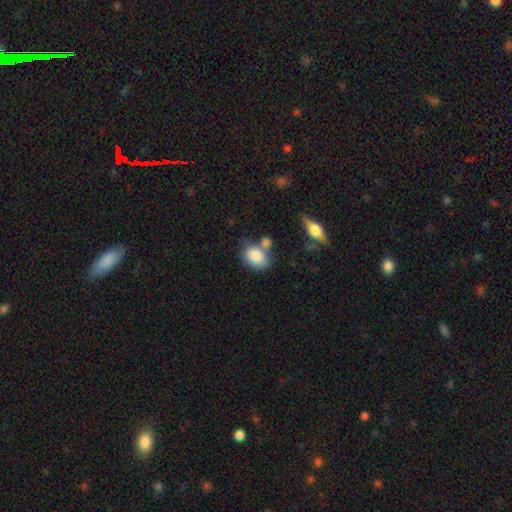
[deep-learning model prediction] A smooth galaxy with no disk features (85%) that is in between round and cigar-shaped (73%).

Vote fractions:
- Smooth or featured? smooth: 85% / featured or disk: 8% / star or artifact: 7%
- How rounded? in between: 73% / round: 26% / cigar-shaped: 2%
- Merging? none: 50% / merger: 28% / minor disturbance: 17% / major disturbance: 6%